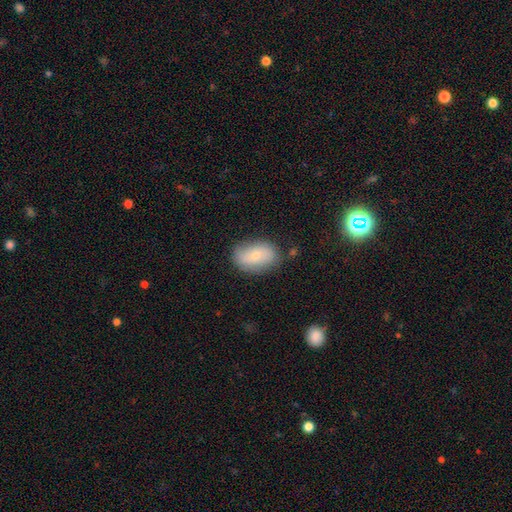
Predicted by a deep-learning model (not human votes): Smooth or featured? smooth (64%)
How rounded? in between (88%)
Merging? none (77%)